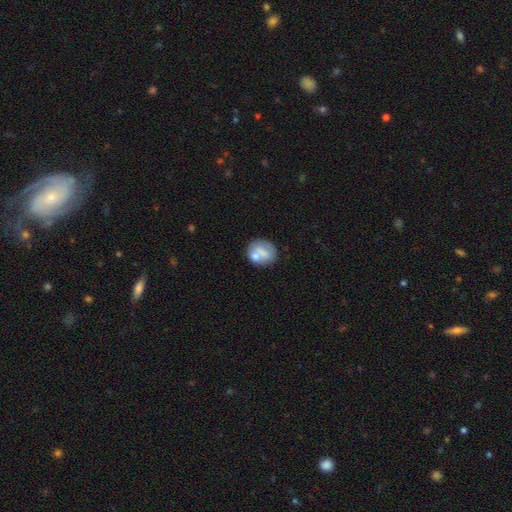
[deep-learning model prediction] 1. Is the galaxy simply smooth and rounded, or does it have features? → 50% smooth, 35% featured or disk, 16% star or artifact.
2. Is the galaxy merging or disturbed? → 63% none, 17% minor disturbance, 12% merger, 7% major disturbance.